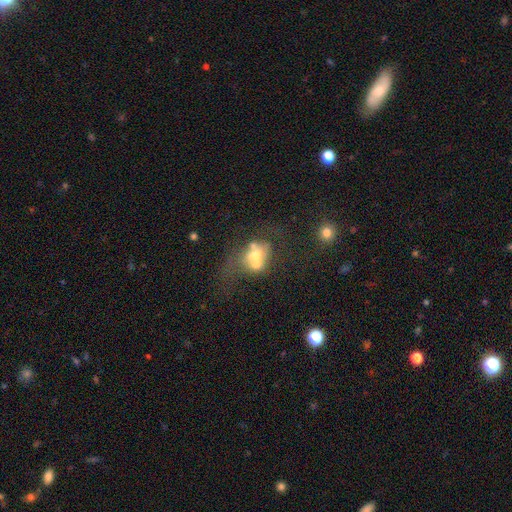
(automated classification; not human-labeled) Smooth or featured? Predicted: smooth (p=0.49). Merging? Predicted: merger (p=0.61).